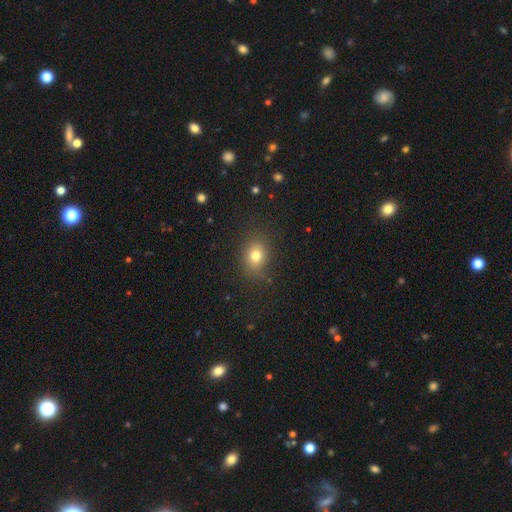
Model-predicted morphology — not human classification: smooth 78%, star or artifact 13%, featured or disk 9%. Down the decision tree: how rounded — round (53%); merging — none (83%).